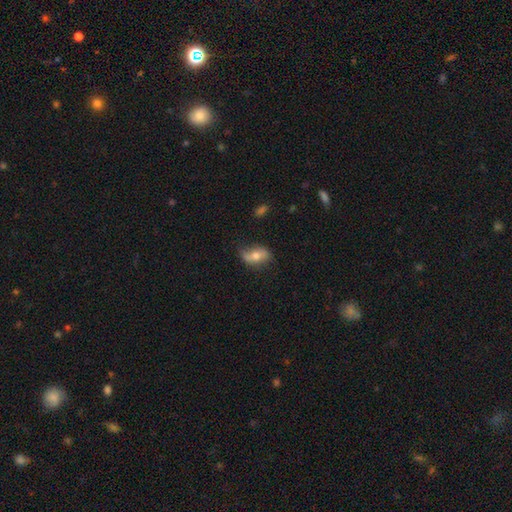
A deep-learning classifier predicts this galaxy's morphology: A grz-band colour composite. It shows a featured or disk galaxy (48%). Merging: none (65%).